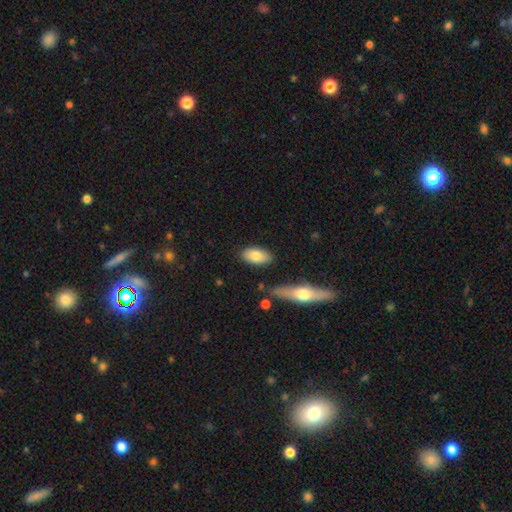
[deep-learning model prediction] Smooth or featured? Predicted: smooth (p=0.81). How rounded? Predicted: in between (p=0.92). Merging? Predicted: none (p=0.82).